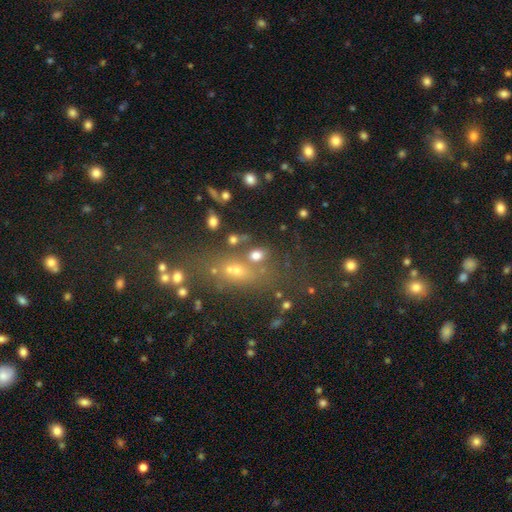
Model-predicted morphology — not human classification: Smooth or featured?
  - smooth: 62% *
  - star or artifact: 22%
  - featured or disk: 16%
How rounded?
  - in between: 60% *
  - round: 36%
  - cigar-shaped: 4%
Merging?
  - none: 51% *
  - merger: 27%
  - minor disturbance: 13%
  - major disturbance: 9%